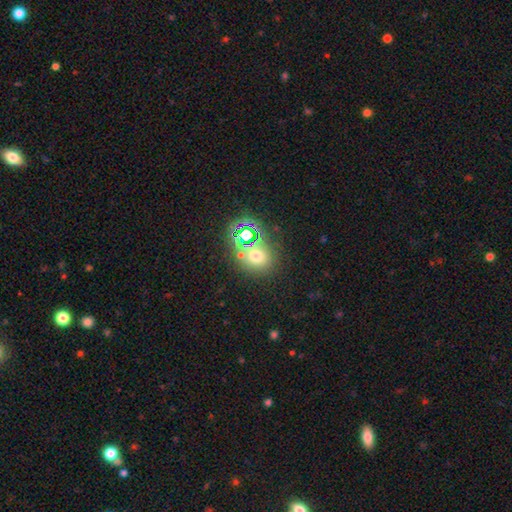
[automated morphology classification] This is possibly a smooth galaxy (57%). How rounded: likely round (75%). Merging: likely none (65%).